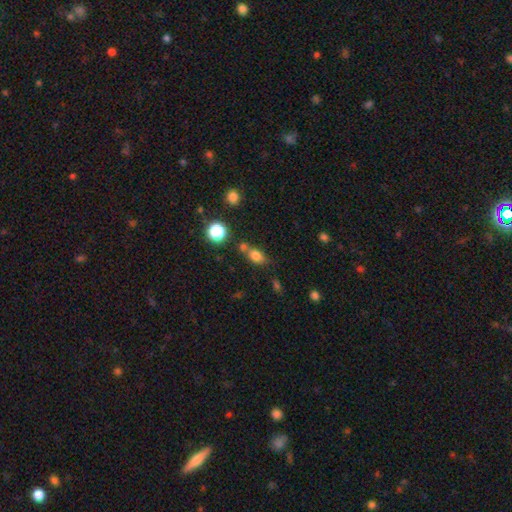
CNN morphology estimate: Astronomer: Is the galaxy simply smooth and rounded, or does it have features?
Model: smooth — 77%.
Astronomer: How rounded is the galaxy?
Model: in between — 71%.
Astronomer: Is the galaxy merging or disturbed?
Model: none — 55%.